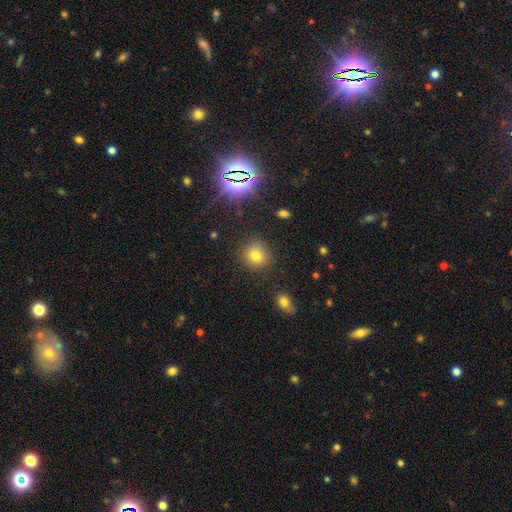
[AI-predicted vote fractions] This is likely a smooth galaxy (74%). How rounded: clearly round (85%). Merging: clearly none (86%).